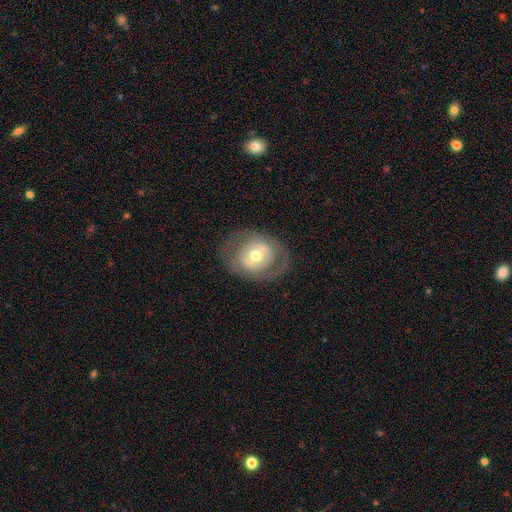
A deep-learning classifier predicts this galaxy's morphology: A featured or disk galaxy (58%) with no bar (60%), no spiral arms (71%) and a moderate central bulge (71%).

Vote fractions:
- Smooth or featured? featured or disk: 58% / smooth: 36% / star or artifact: 7%
- Edge-on disk? no: 94% / yes: 6%
- Bar? no: 60% / weak: 28% / strong: 12%
- Spiral arms? no: 71% / yes: 29%
- Bulge size? moderate: 71% / small: 18% / large: 9% / dominant: 1% / none: 1%
- Merging? none: 75% / minor disturbance: 14% / major disturbance: 10% / merger: 1%